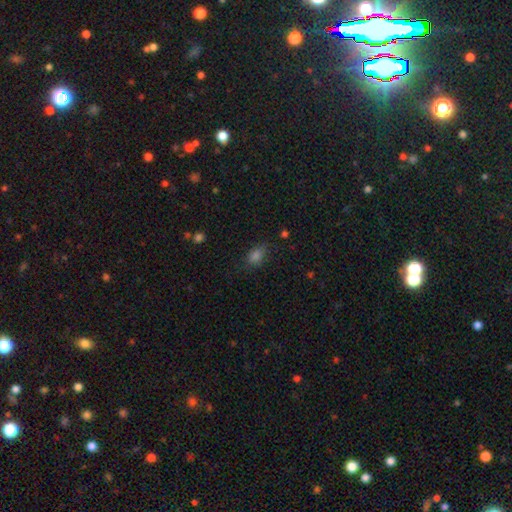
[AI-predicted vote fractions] smooth 73%, star or artifact 20%, featured or disk 7%. Down the decision tree: how rounded — in between (75%); merging — none (74%).